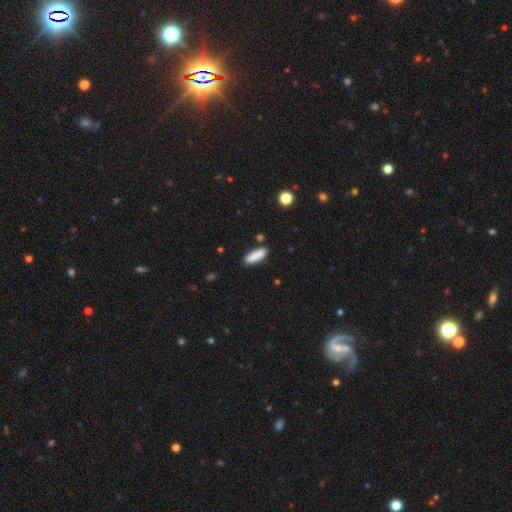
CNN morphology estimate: smooth-or-featured: smooth: 88% | star or artifact: 6% | featured or disk: 5%
  how-rounded: in between: 53% | cigar-shaped: 45% | round: 2%
  merging: none: 84% | minor disturbance: 11% | merger: 3% | major disturbance: 2%